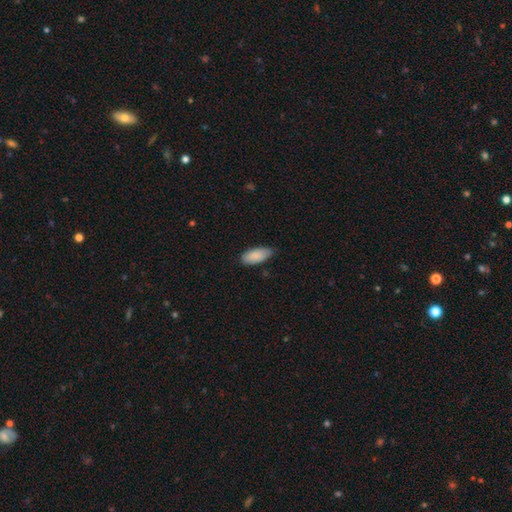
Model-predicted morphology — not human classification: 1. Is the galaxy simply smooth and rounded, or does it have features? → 89% smooth, 6% featured or disk, 6% star or artifact.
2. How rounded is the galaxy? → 89% in between, 9% cigar-shaped, 2% round.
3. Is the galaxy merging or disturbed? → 74% none, 22% minor disturbance, 3% major disturbance, 1% merger.